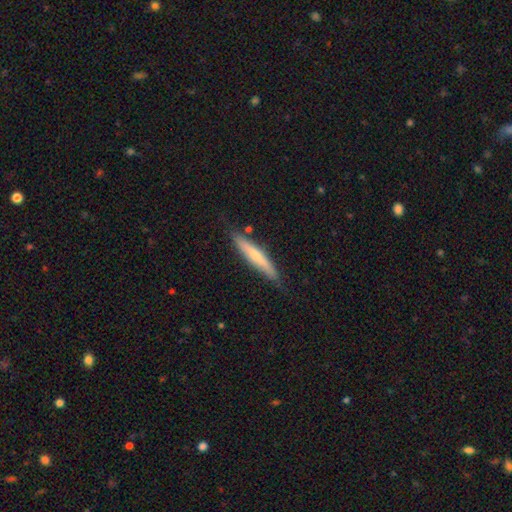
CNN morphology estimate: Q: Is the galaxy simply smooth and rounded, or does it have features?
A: smooth — 53%.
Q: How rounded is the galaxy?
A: cigar-shaped — 91%.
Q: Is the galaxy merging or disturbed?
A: none — 80%.